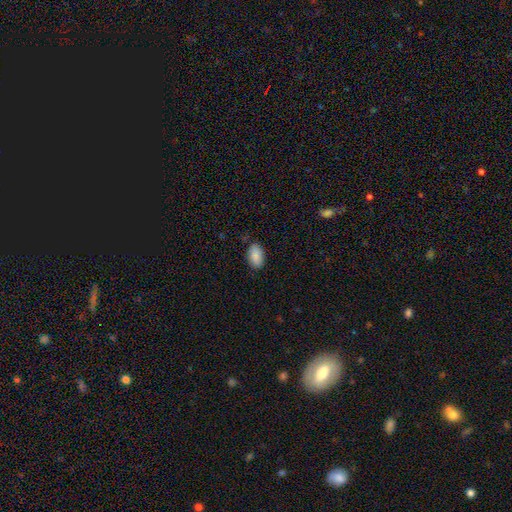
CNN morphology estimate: smooth 89%, star or artifact 7%, featured or disk 5%. Down the decision tree: how rounded — in between (94%); merging — none (84%).